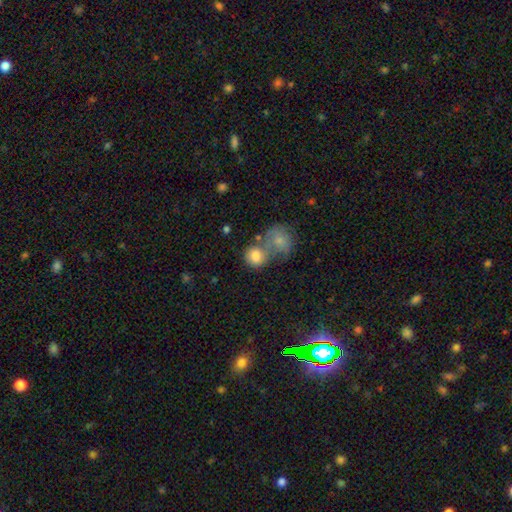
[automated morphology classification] Smooth or featured? smooth (79%)
How rounded? round (68%)
Merging? merger (56%)